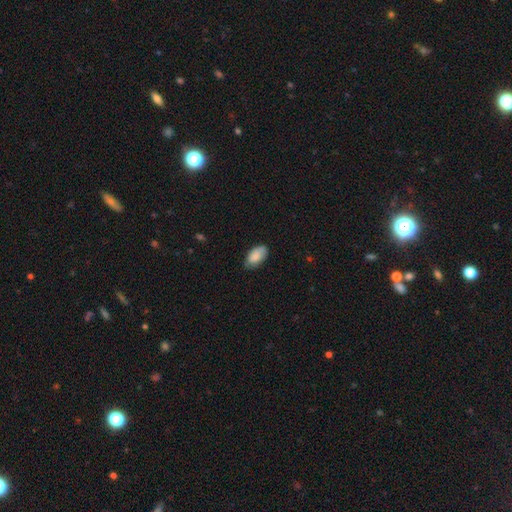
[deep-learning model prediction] smooth_or_featured: smooth (p=0.84) [alt: featured or disk p=0.09]
how_rounded: in between (p=0.95) [alt: round p=0.03]
merging: none (p=0.71) [alt: minor disturbance p=0.24]